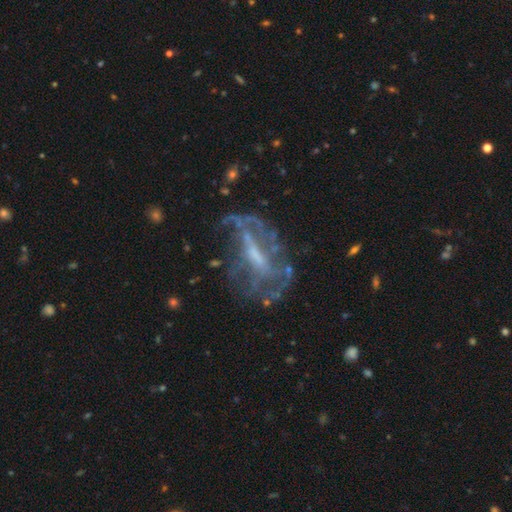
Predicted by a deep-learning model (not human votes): Smooth or featured: featured or disk — 75% (star or artifact — 13%)
Edge-on disk: no — 88% (yes — 12%)
Bar: weak — 39% (strong — 35%)
Spiral arms: yes — 64% (no — 36%)
Bulge size: small — 40% (moderate — 34%)
Merging: none — 51% (major disturbance — 26%)